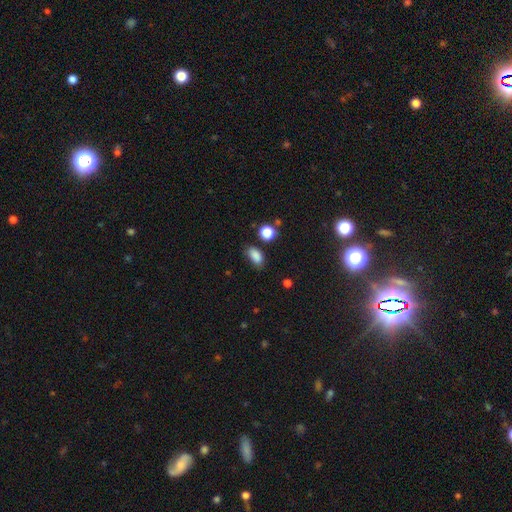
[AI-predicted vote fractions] smooth-or-featured: smooth: 85% | star or artifact: 11% | featured or disk: 4%
  how-rounded: in between: 86% | round: 10% | cigar-shaped: 3%
  merging: none: 70% | minor disturbance: 21% | major disturbance: 5% | merger: 4%